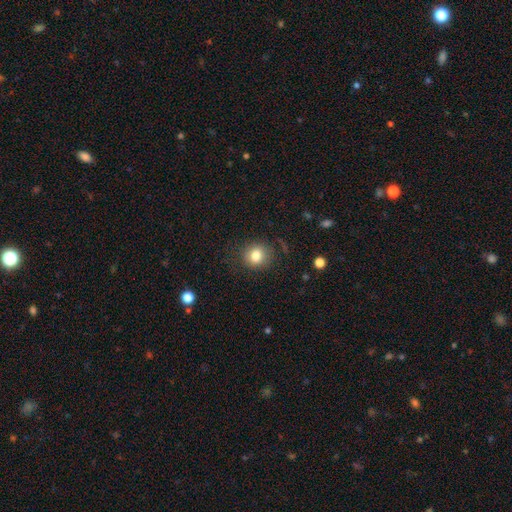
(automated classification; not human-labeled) Q: Smooth or featured?
A: smooth (81%); runner-up: star or artifact (10%)
Q: How rounded?
A: round (79%); runner-up: in between (20%)
Q: Merging?
A: none (81%); runner-up: minor disturbance (13%)